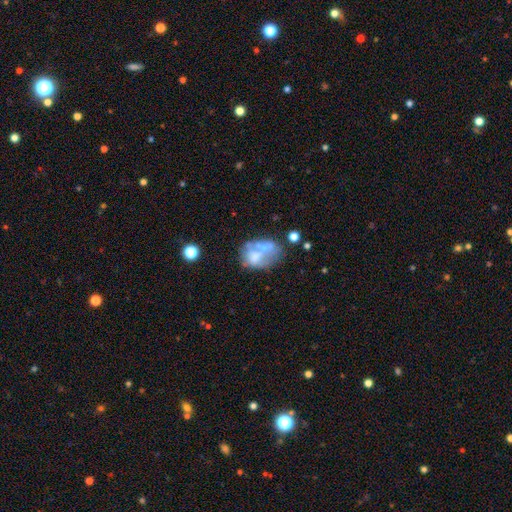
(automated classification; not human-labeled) The model was most divided on "merging": merger: 35%, none: 29%, minor disturbance: 18%, major disturbance: 18%. More confident: edge-on disk — no (97%); smooth or featured — featured or disk (50%).